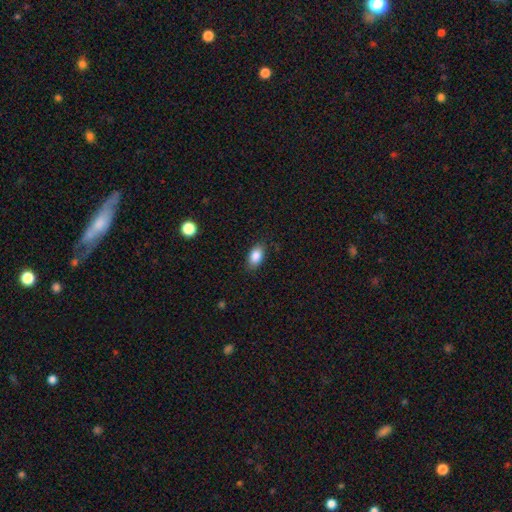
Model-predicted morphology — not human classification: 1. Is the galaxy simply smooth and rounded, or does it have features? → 86% smooth, 8% star or artifact, 6% featured or disk.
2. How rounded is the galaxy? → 90% in between, 8% round, 2% cigar-shaped.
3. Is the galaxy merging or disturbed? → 84% none, 12% minor disturbance, 3% major disturbance, 1% merger.